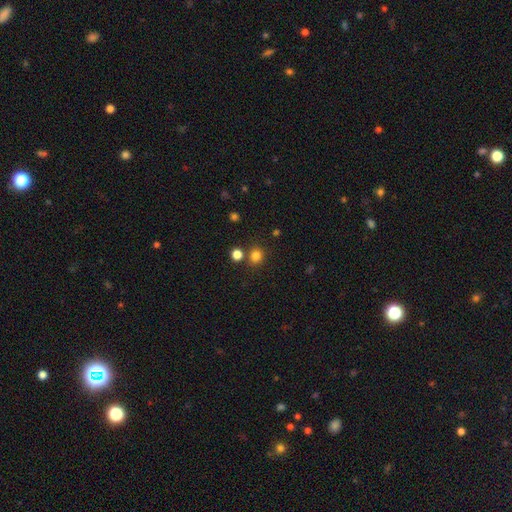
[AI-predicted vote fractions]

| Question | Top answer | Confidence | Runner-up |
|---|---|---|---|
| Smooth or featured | smooth | 80% | star or artifact (15%) |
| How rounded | round | 82% | in between (17%) |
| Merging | none | 78% | merger (11%) |